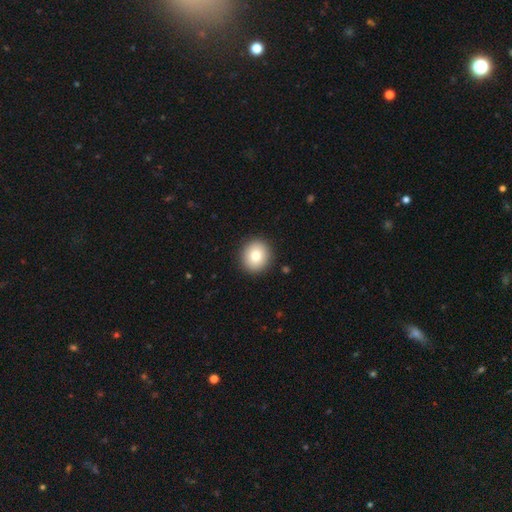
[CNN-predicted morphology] smooth_or_featured: smooth (p=0.81) [alt: featured or disk p=0.10]
how_rounded: round (p=0.84) [alt: in between p=0.15]
merging: none (p=0.91) [alt: minor disturbance p=0.06]